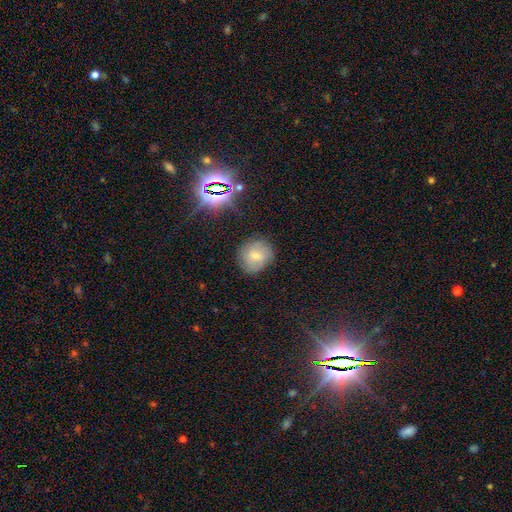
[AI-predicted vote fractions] Smooth or featured? Predicted: smooth (p=0.63). How rounded? Predicted: round (p=0.78). Merging? Predicted: none (p=0.79).